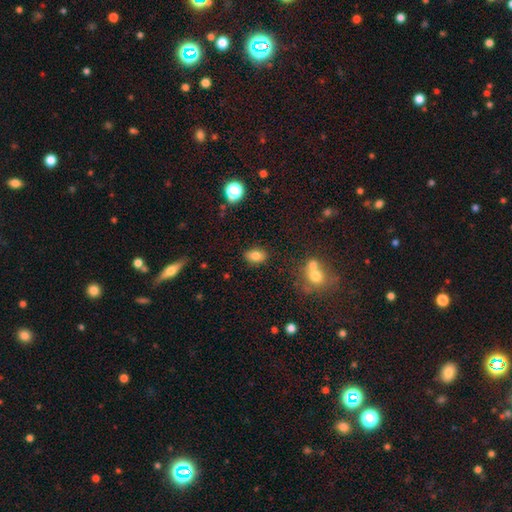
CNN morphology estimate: This is clearly a smooth galaxy (81%). How rounded: clearly in between (82%). Merging: clearly none (83%).